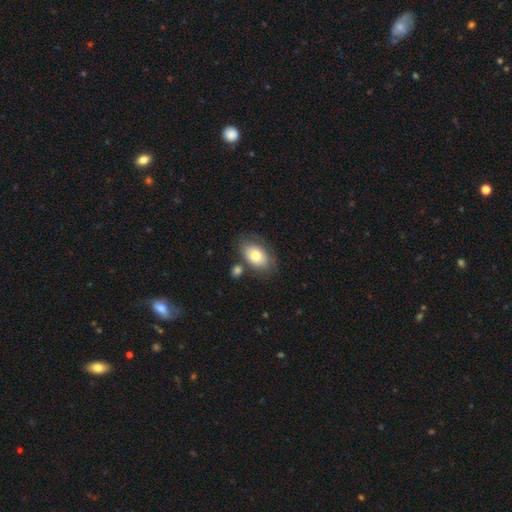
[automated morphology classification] A smooth galaxy with no disk features (69%) that is in between round and cigar-shaped (88%).

Vote fractions:
- Smooth or featured? smooth: 69% / featured or disk: 24% / star or artifact: 7%
- How rounded? in between: 88% / round: 11% / cigar-shaped: 1%
- Merging? none: 63% / minor disturbance: 18% / merger: 12% / major disturbance: 7%